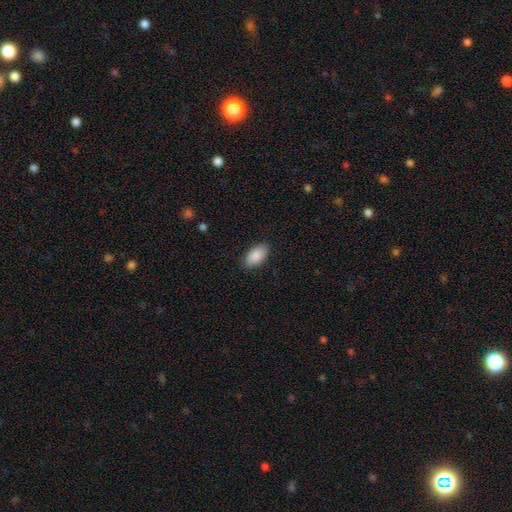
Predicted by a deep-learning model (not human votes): smooth_or_featured: smooth (p=0.90) [alt: star or artifact p=0.06]
how_rounded: in between (p=0.95) [alt: cigar-shaped p=0.03]
merging: none (p=0.88) [alt: minor disturbance p=0.09]